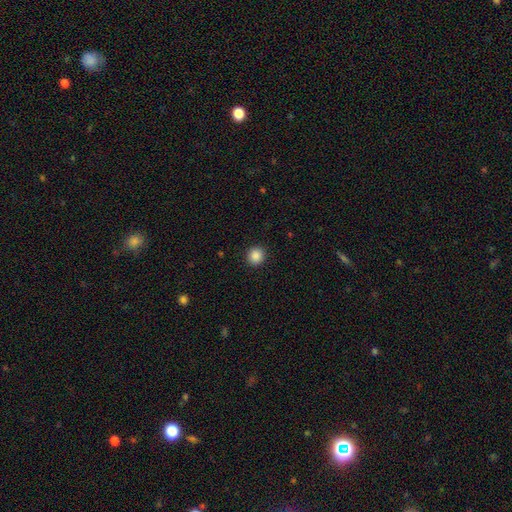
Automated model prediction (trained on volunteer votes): smooth 87%, star or artifact 10%, featured or disk 3%. Down the decision tree: how rounded — round (92%); merging — none (92%).